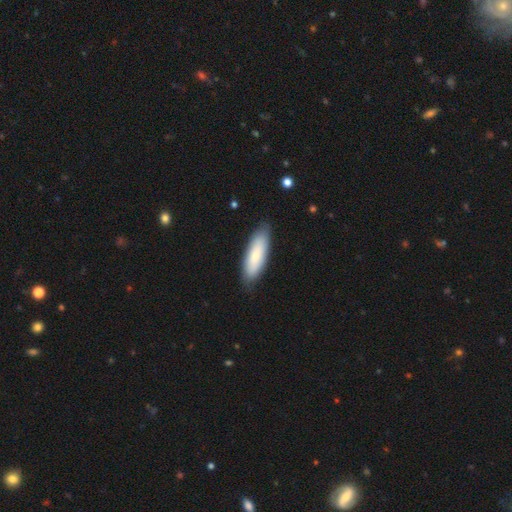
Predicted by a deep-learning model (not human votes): The model was most divided on "how rounded": in between: 55%, cigar-shaped: 43%, round: 2%. More confident: merging — none (84%); smooth or featured — smooth (75%).